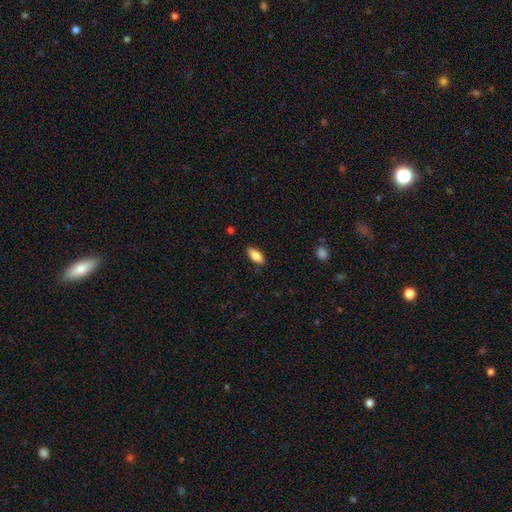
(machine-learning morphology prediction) A smooth galaxy with no disk features (80%) that is in between round and cigar-shaped (82%).

Vote fractions:
- Smooth or featured? smooth: 80% / featured or disk: 13% / star or artifact: 6%
- How rounded? in between: 82% / cigar-shaped: 16% / round: 2%
- Merging? none: 86% / minor disturbance: 11% / major disturbance: 2% / merger: 1%